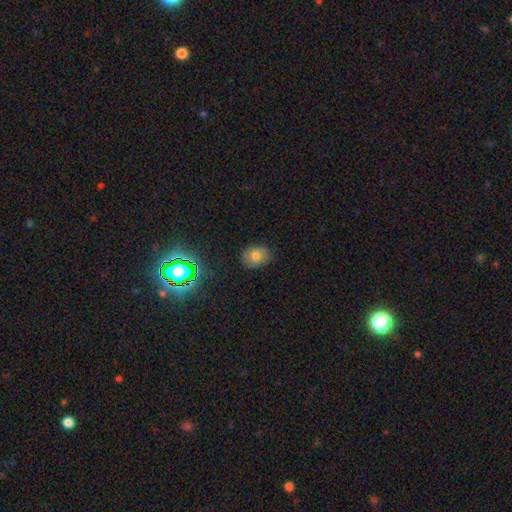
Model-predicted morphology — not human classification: Smooth or featured? Predicted: smooth (p=0.69). How rounded? Predicted: in between (p=0.54). Merging? Predicted: none (p=0.85).